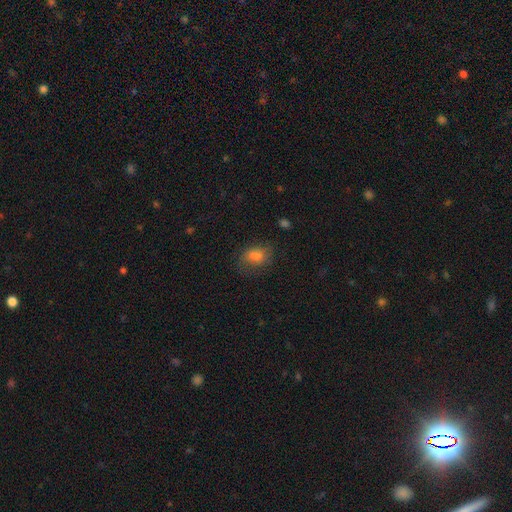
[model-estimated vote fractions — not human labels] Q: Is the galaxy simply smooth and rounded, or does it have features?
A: smooth — 68%.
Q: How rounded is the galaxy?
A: in between — 66%.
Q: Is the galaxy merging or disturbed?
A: none — 62%.